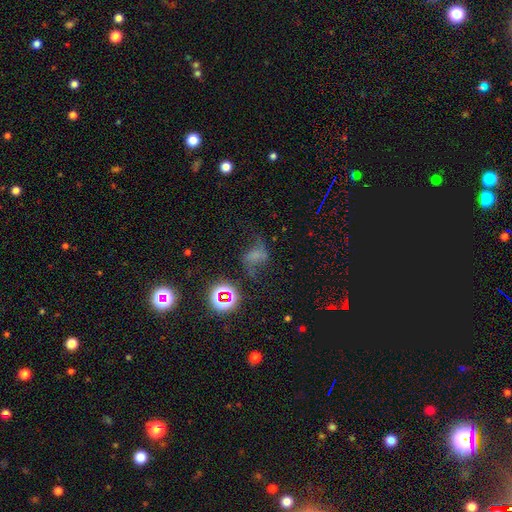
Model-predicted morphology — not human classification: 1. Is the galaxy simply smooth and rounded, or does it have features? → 37% featured or disk, 33% smooth, 30% star or artifact.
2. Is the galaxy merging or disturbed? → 46% none, 28% major disturbance, 21% minor disturbance, 5% merger.